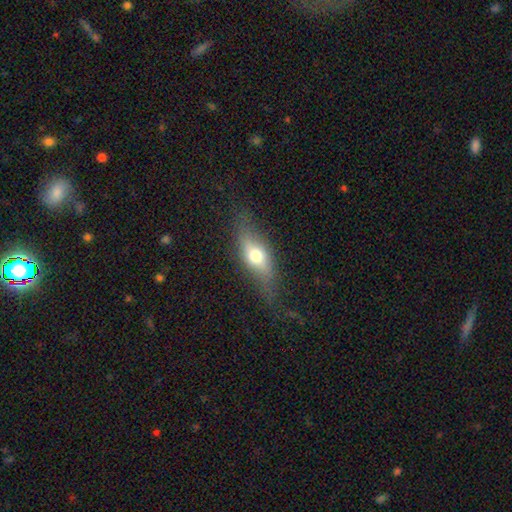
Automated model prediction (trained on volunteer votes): This is possibly a smooth galaxy (53%). How rounded: likely in between (65%). Merging: likely none (69%).